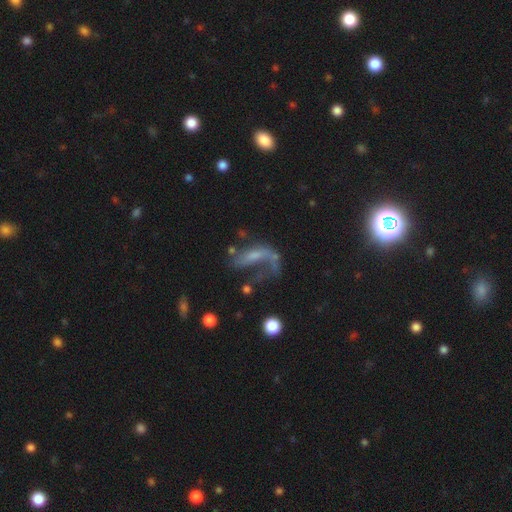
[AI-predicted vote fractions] Smooth or featured? featured or disk (56%)
Edge-on disk? no (87%)
Merging? major disturbance (47%)